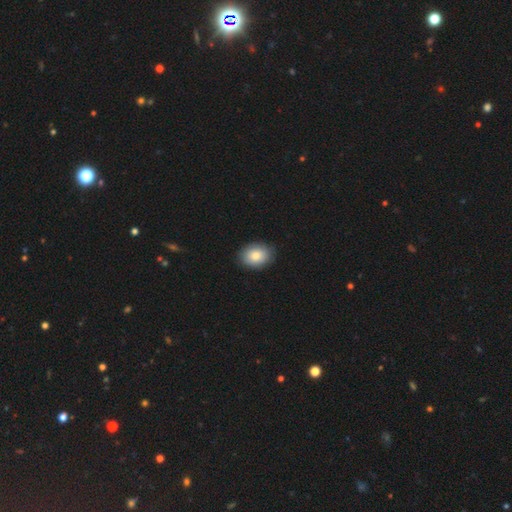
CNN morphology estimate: Smooth or featured? smooth (82%)
How rounded? in between (64%)
Merging? none (86%)